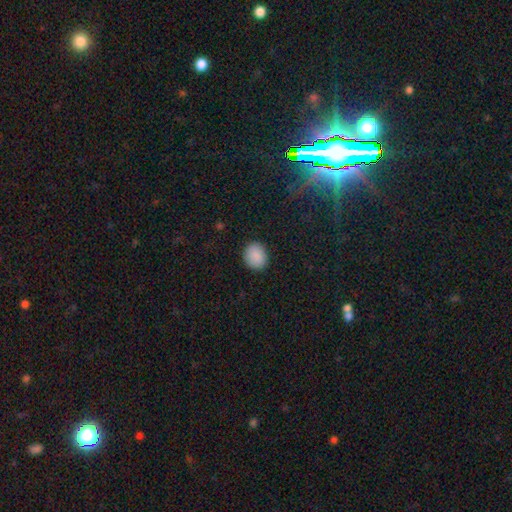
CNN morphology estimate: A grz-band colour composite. It shows a smooth galaxy with no disk features (89%) that is round (56%). Merging: none (89%).